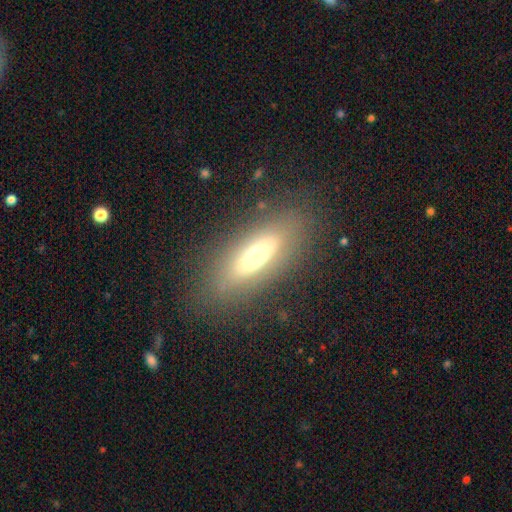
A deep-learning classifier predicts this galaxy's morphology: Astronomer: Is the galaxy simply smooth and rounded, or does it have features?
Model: smooth — 56% (runner-up: featured or disk, 34%).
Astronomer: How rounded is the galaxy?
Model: in between — 63%.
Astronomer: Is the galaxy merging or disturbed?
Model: none — 84%.